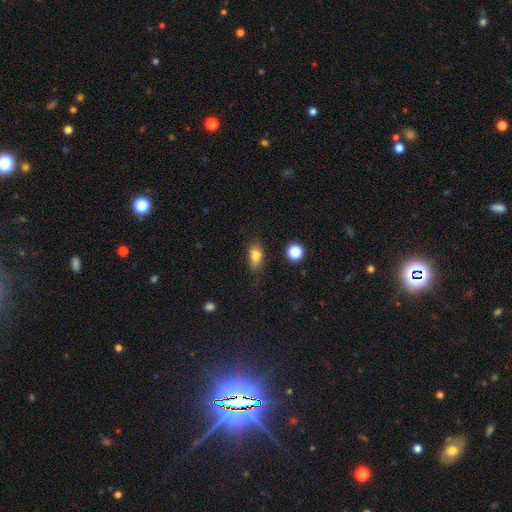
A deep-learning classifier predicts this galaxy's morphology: Q: Smooth or featured?
A: smooth (80%); runner-up: featured or disk (10%)
Q: How rounded?
A: in between (82%); runner-up: round (10%)
Q: Merging?
A: none (82%); runner-up: minor disturbance (13%)